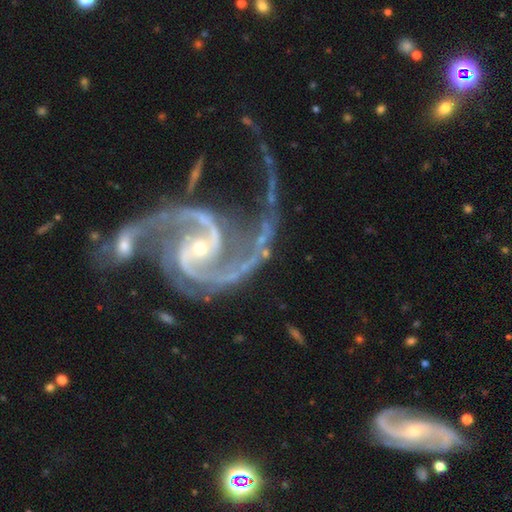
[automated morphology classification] This appears to be a featured or disk galaxy (94%) with no bar (42%), 2 (83%) medium (54%) spiral arms (98%) and a small central bulge (66%). Merging: merger (34%).